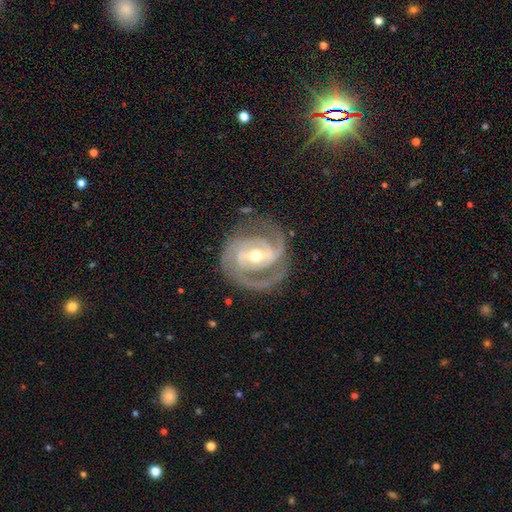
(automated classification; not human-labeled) featured or disk 92%, smooth 4%, star or artifact 4%. Down the decision tree: edge-on disk — no (97%); bar — strong (42%); spiral arms — yes (98%); spiral arm count — 2 (63%); spiral winding — tight (52%); bulge size — moderate (56%); merging — none (75%).